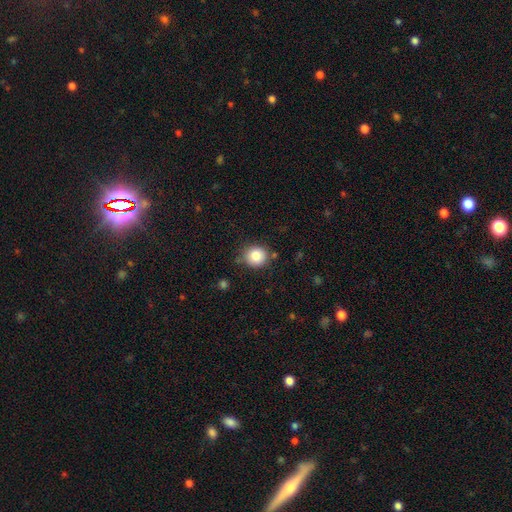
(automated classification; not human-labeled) Morphology: type=smooth (83%); roundness=round (89%); merging=none (80%).